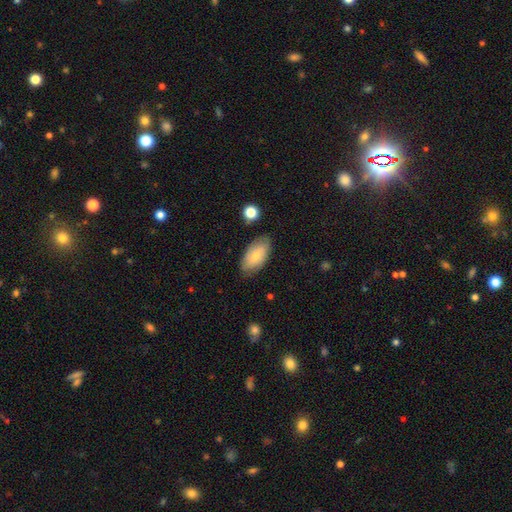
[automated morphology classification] type=smooth (71%); roundness=in between (94%); merging=none (78%).